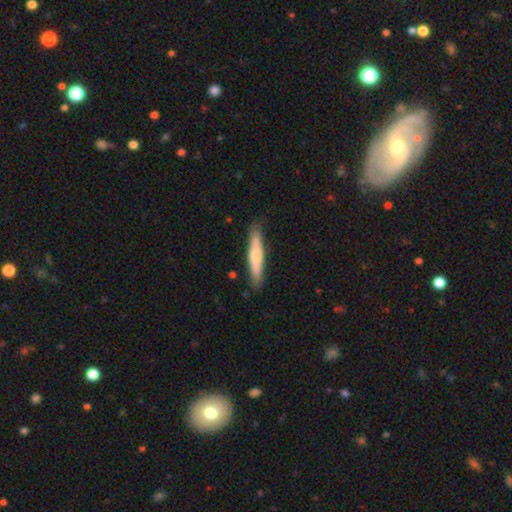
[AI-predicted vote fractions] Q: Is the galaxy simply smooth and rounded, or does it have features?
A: smooth — 63%.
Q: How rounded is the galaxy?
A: cigar-shaped — 89%.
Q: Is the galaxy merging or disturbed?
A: none — 83%.